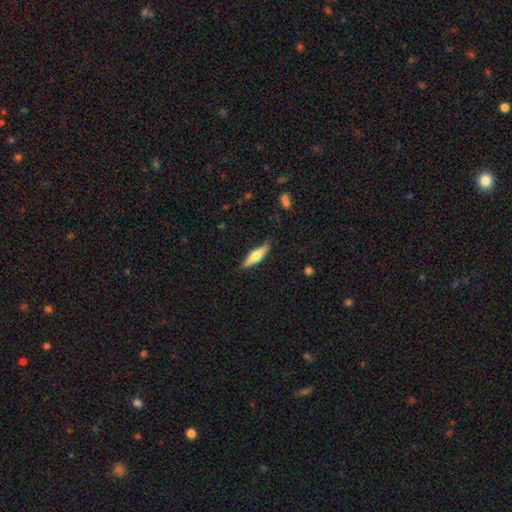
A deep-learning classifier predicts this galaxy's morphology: This appears to be a smooth galaxy with no disk features (48%). Merging: none (84%).